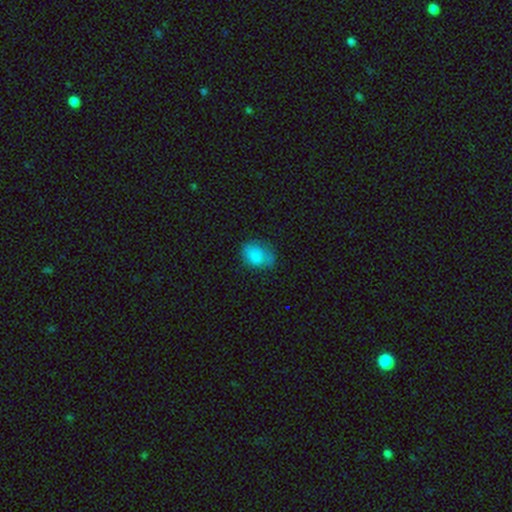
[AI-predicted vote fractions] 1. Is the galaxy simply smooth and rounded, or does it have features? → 82% smooth, 9% star or artifact, 9% featured or disk.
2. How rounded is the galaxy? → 67% in between, 32% round, 1% cigar-shaped.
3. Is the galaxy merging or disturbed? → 56% none, 30% minor disturbance, 11% major disturbance, 3% merger.